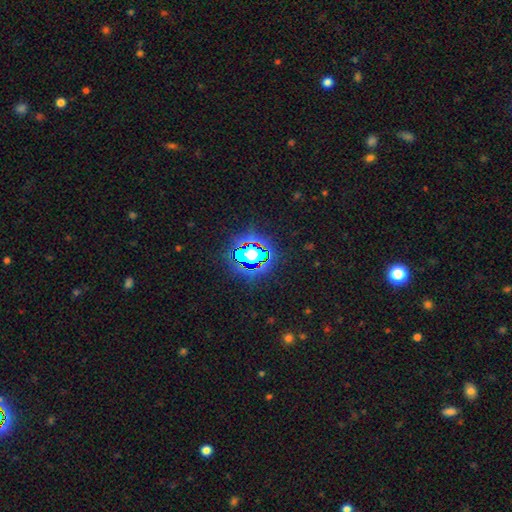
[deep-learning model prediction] Overall: star or artifact (81%).